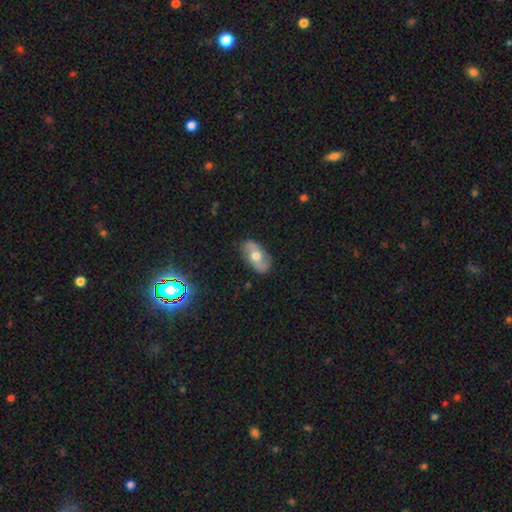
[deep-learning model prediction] Smooth or featured: featured or disk — 50% (smooth — 44%)
Merging: none — 83% (minor disturbance — 13%)